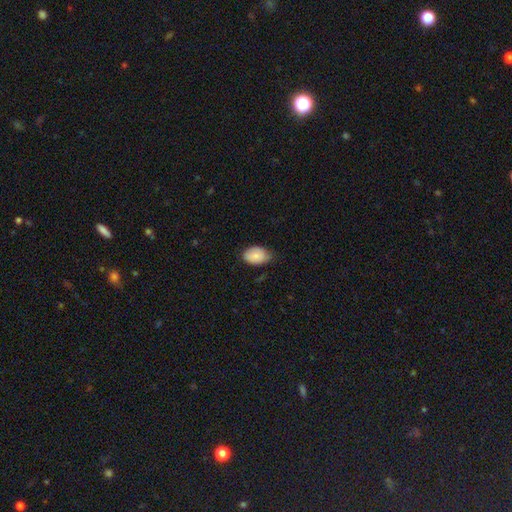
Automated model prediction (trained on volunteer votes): Morphology: type=smooth (81%); roundness=in between (87%); merging=none (61%).